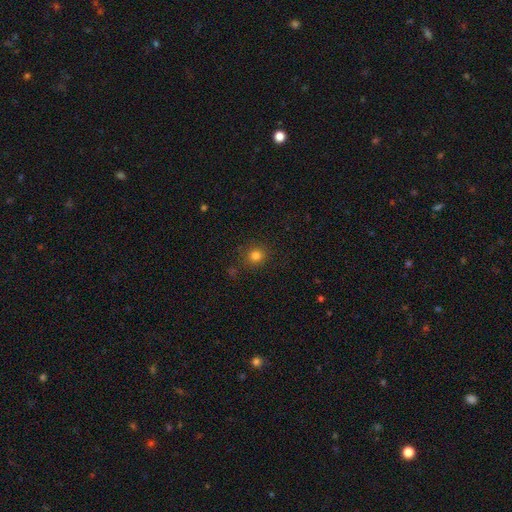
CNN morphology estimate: This appears to be a smooth galaxy with no disk features (80%) that is round (90%). Merging: none (87%).